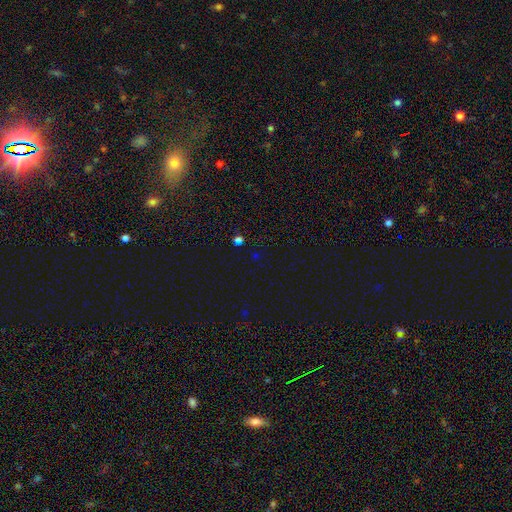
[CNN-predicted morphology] Overall: star or artifact (55%; smooth 39%).